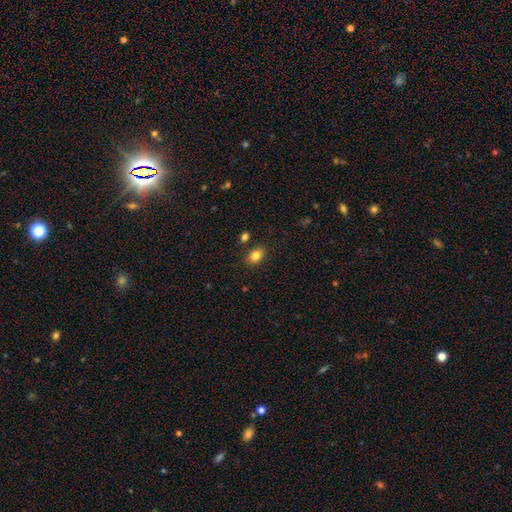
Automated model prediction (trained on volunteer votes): A smooth galaxy with no disk features (84%) that is in between round and cigar-shaped (78%).

Vote fractions:
- Smooth or featured? smooth: 84% / star or artifact: 10% / featured or disk: 6%
- How rounded? in between: 78% / round: 21% / cigar-shaped: 1%
- Merging? none: 82% / minor disturbance: 10% / merger: 5% / major disturbance: 3%